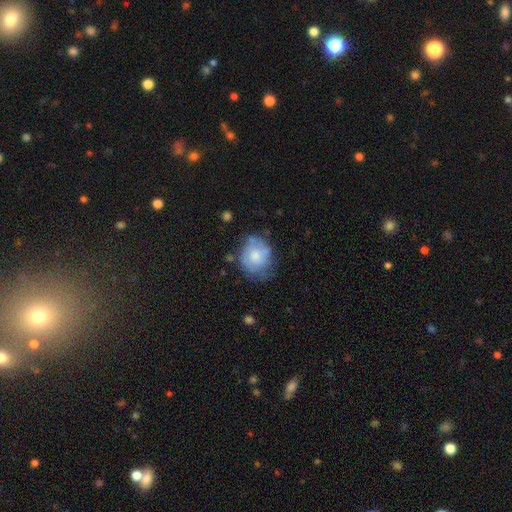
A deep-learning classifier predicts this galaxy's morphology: Smooth or featured? Predicted: smooth (p=0.60). How rounded? Predicted: round (p=0.66). Merging? Predicted: none (p=0.52).